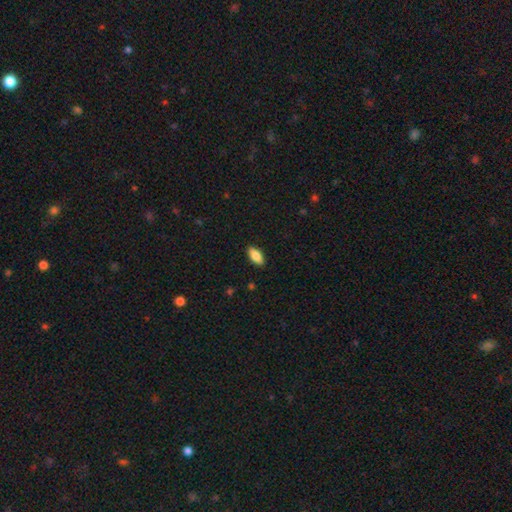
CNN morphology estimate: A smooth galaxy with no disk features (82%) that is in between round and cigar-shaped (86%).

Vote fractions:
- Smooth or featured? smooth: 82% / featured or disk: 11% / star or artifact: 7%
- How rounded? in between: 86% / cigar-shaped: 12% / round: 2%
- Merging? none: 89% / minor disturbance: 8% / major disturbance: 2% / merger: 1%